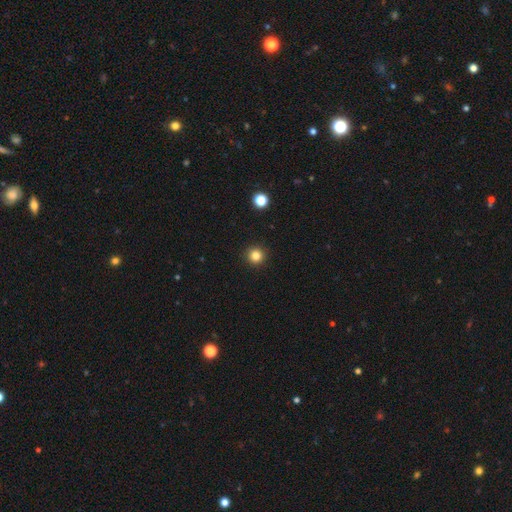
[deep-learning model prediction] A smooth galaxy with no disk features (83%) that is round (95%).

Vote fractions:
- Smooth or featured? smooth: 83% / star or artifact: 13% / featured or disk: 5%
- How rounded? round: 95% / in between: 4% / cigar-shaped: 1%
- Merging? none: 93% / minor disturbance: 5% / major disturbance: 2% / merger: 1%